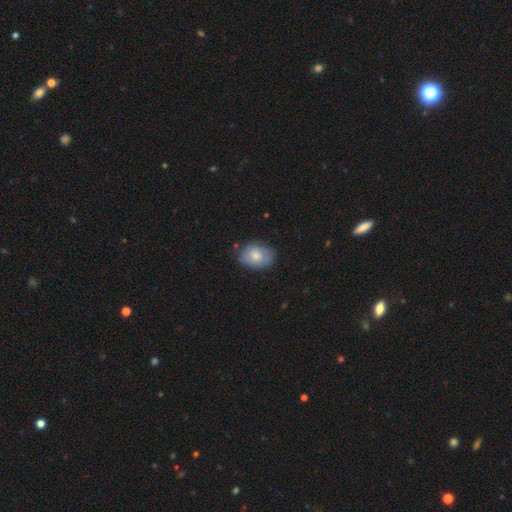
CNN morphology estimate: Smooth or featured? smooth (69%)
How rounded? in between (69%)
Merging? none (71%)